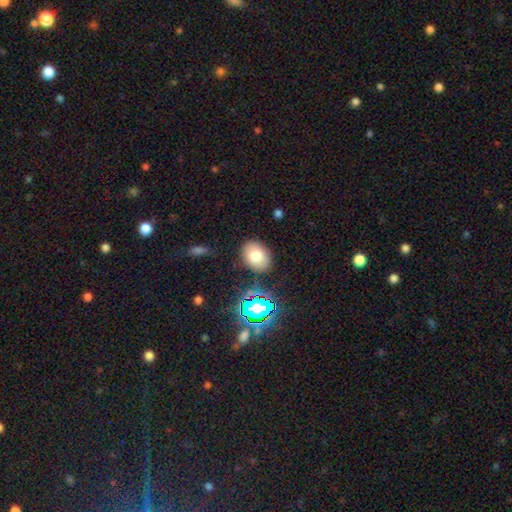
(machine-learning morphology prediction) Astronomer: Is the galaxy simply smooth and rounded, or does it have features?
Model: smooth — 76%.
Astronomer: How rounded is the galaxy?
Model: in between — 73%.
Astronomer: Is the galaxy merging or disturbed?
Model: none — 84%.